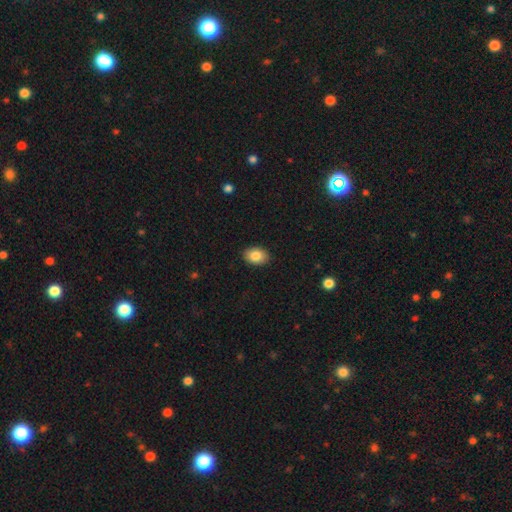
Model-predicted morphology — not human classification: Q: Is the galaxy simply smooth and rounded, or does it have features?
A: smooth — 85%.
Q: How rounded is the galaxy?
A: in between — 79%.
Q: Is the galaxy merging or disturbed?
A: none — 90%.